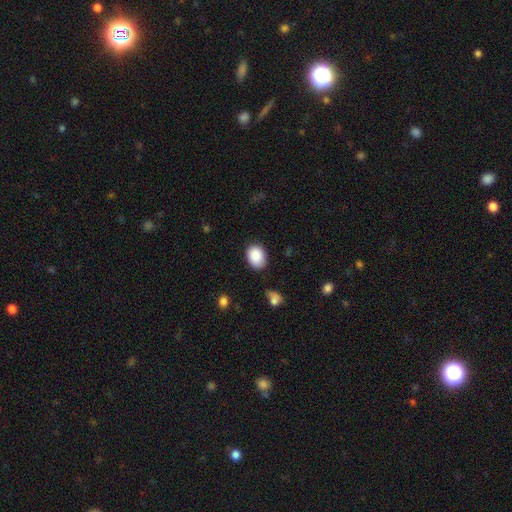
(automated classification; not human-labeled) Smooth or featured? smooth (89%)
How rounded? in between (66%)
Merging? none (80%)